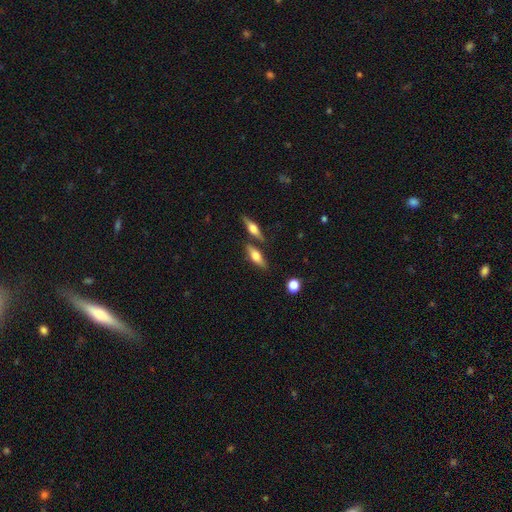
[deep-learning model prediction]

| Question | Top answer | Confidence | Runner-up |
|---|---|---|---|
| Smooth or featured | smooth | 49% | featured or disk (44%) |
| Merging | none | 71% | merger (14%) |